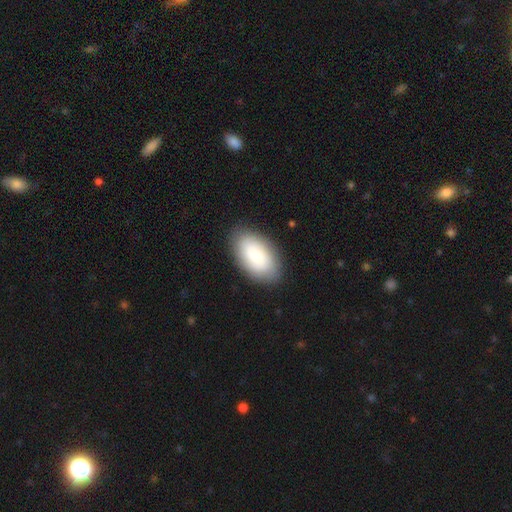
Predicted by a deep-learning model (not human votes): Overall: smooth (72%). How rounded: in between (94%). Merging: none (85%).